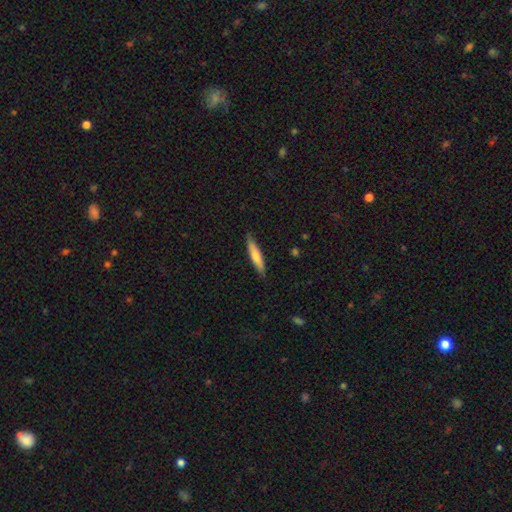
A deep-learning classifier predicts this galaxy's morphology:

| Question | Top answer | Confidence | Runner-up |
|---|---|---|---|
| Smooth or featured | smooth | 62% | featured or disk (33%) |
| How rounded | cigar-shaped | 88% | in between (11%) |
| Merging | none | 87% | minor disturbance (10%) |